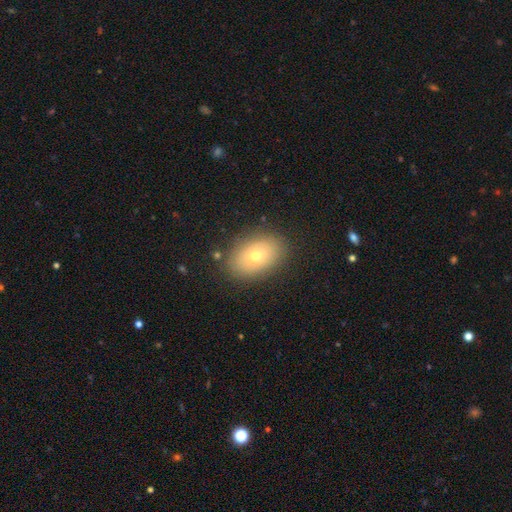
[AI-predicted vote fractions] smooth_or_featured: smooth (p=0.71) [alt: featured or disk p=0.20]
how_rounded: in between (p=0.86) [alt: round p=0.13]
merging: none (p=0.85) [alt: minor disturbance p=0.10]